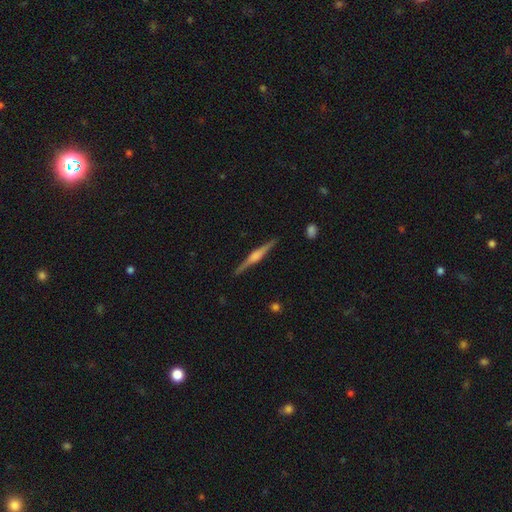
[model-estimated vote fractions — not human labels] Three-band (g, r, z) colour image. It shows a featured or disk galaxy (82%) viewed edge-on (98%) with a rounded central bulge (76%). Merging: none (92%).